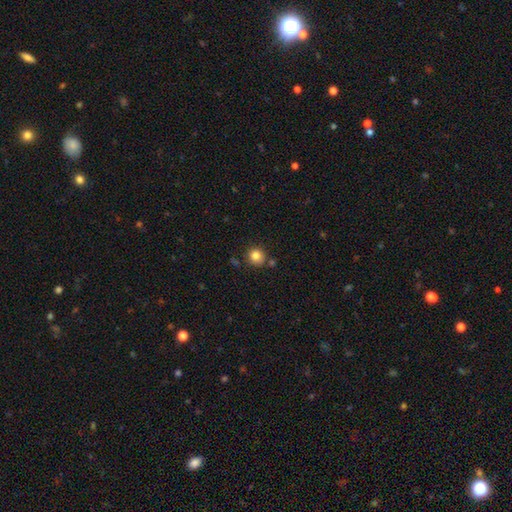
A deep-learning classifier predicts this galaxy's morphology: smooth_or_featured: smooth (p=0.83) [alt: star or artifact p=0.11]
how_rounded: round (p=0.90) [alt: in between p=0.09]
merging: none (p=0.81) [alt: minor disturbance p=0.10]